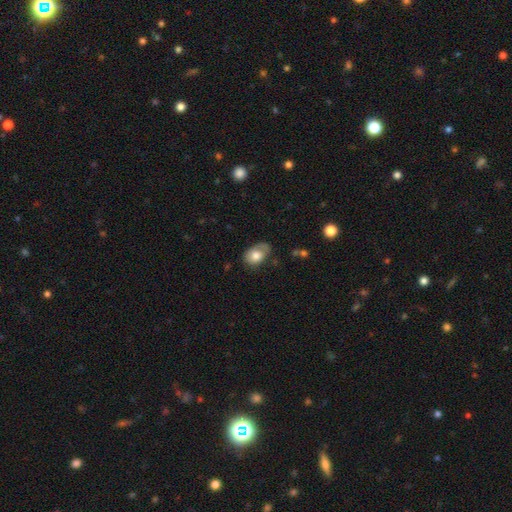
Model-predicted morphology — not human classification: Smooth or featured? Predicted: smooth (p=0.73). How rounded? Predicted: in between (p=0.79). Merging? Predicted: none (p=0.46).